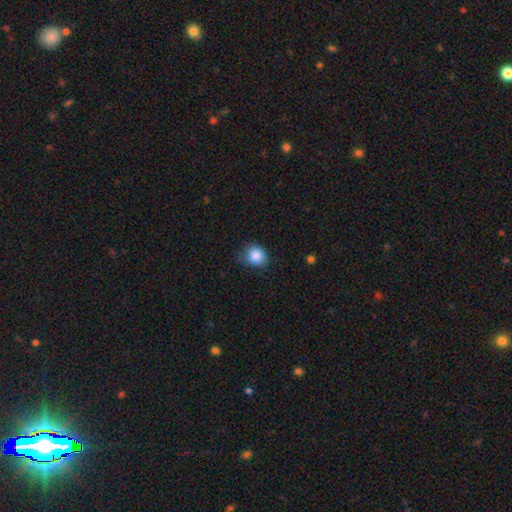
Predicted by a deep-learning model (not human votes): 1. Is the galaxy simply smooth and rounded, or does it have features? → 86% smooth, 9% star or artifact, 5% featured or disk.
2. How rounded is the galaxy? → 62% round, 37% in between, 1% cigar-shaped.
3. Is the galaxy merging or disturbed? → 65% none, 28% minor disturbance, 6% major disturbance, 1% merger.